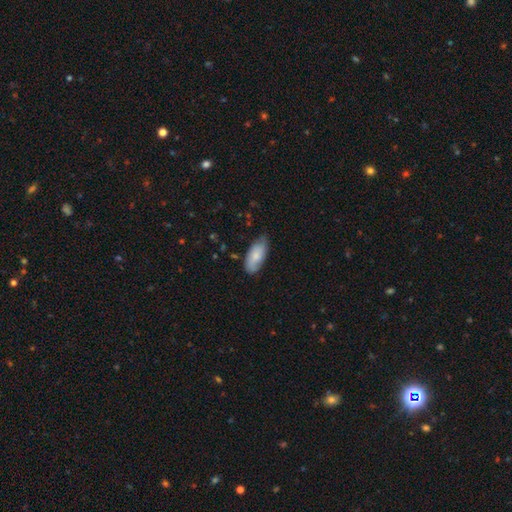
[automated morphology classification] This appears to be a smooth galaxy with no disk features (74%) that is in between round and cigar-shaped (87%). Merging: none (69%).